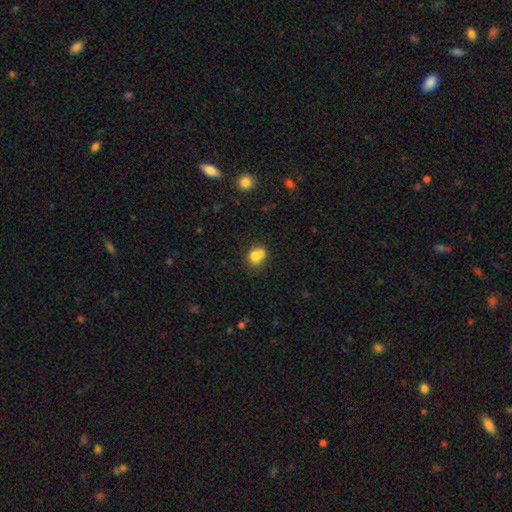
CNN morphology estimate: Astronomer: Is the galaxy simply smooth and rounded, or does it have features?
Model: smooth — 74%.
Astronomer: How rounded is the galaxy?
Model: round — 63%.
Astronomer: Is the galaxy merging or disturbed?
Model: merger — 46% (runner-up: none, 36%).